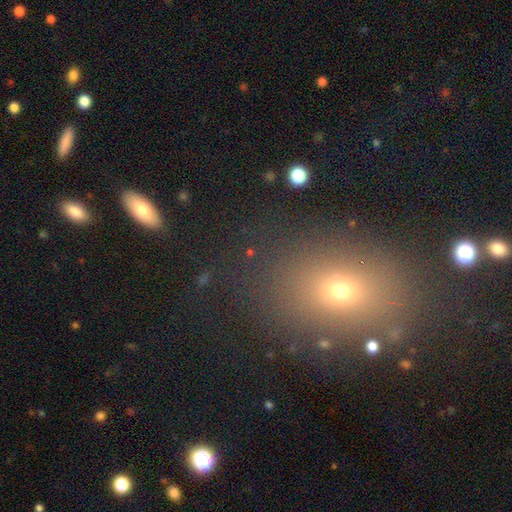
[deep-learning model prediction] The model was most divided on "how rounded": in between: 63%, round: 34%, cigar-shaped: 3%. More confident: merging — none (82%); smooth or featured — smooth (59%).